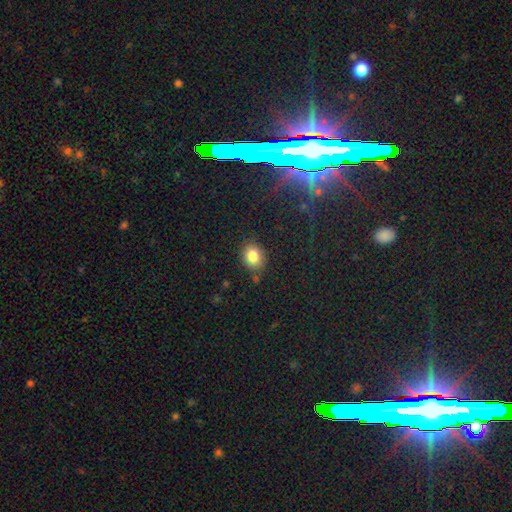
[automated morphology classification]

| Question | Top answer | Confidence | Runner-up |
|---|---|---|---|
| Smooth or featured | smooth | 76% | star or artifact (17%) |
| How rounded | in between | 51% | round (48%) |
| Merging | none | 84% | minor disturbance (10%) |